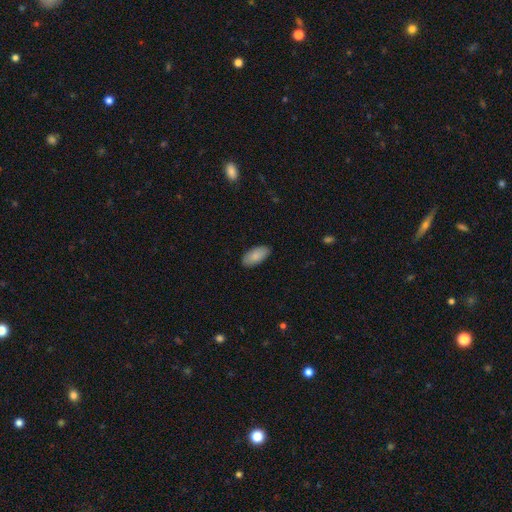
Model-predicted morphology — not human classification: A smooth galaxy with no disk features (87%) that is in between round and cigar-shaped (93%). Merging: none (88%).